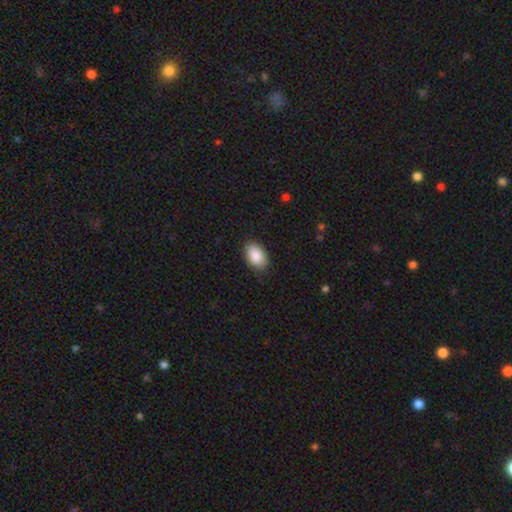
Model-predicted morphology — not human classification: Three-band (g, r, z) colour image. It shows a smooth galaxy with no disk features (88%) that is in between round and cigar-shaped (90%). Merging: none (84%).